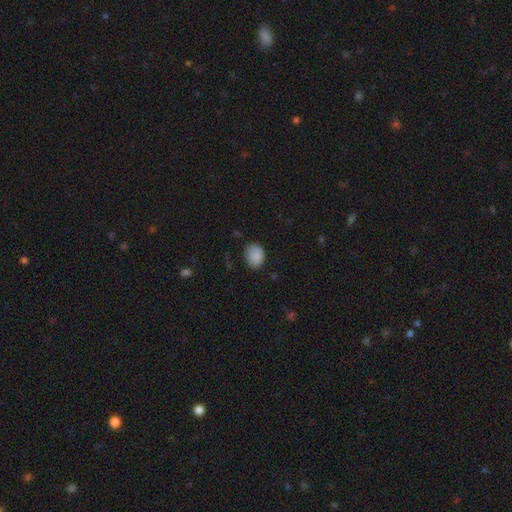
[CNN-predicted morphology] Overall: smooth (86%). How rounded: in between (64%; round 36%). Merging: none (73%).